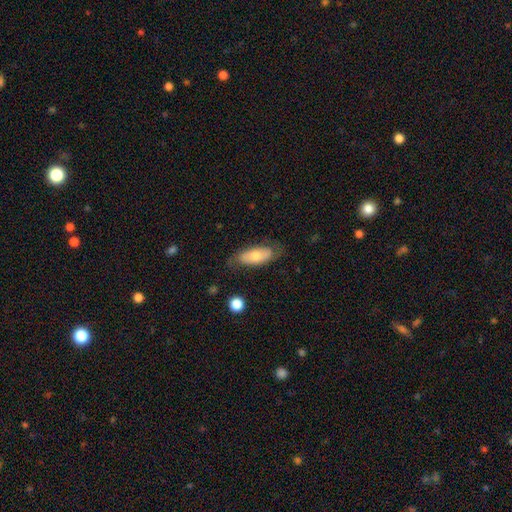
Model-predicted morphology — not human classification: The model was most divided on "smooth or featured": smooth: 61%, featured or disk: 33%, star or artifact: 7%. More confident: how rounded — in between (81%); merging — none (71%).